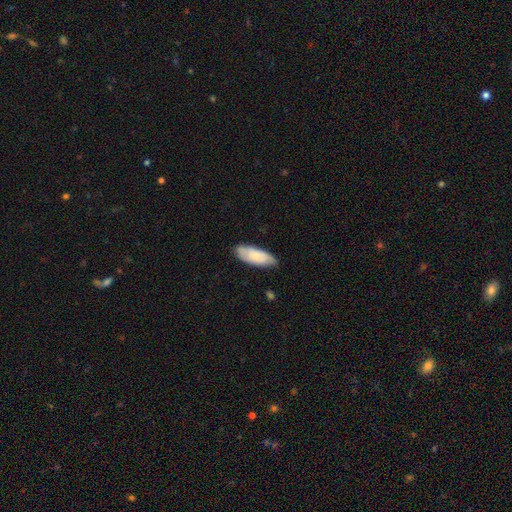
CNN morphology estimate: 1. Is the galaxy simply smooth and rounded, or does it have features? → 67% smooth, 27% featured or disk, 6% star or artifact.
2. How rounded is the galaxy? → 77% in between, 22% cigar-shaped, 2% round.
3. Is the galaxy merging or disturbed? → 73% none, 23% minor disturbance, 3% major disturbance, 1% merger.